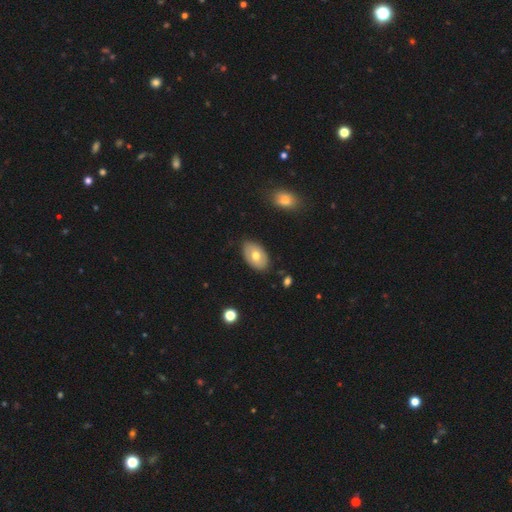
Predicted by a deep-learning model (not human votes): The model was most divided on "smooth or featured": smooth: 65%, featured or disk: 29%, star or artifact: 7%. More confident: how rounded — in between (91%); merging — none (83%).